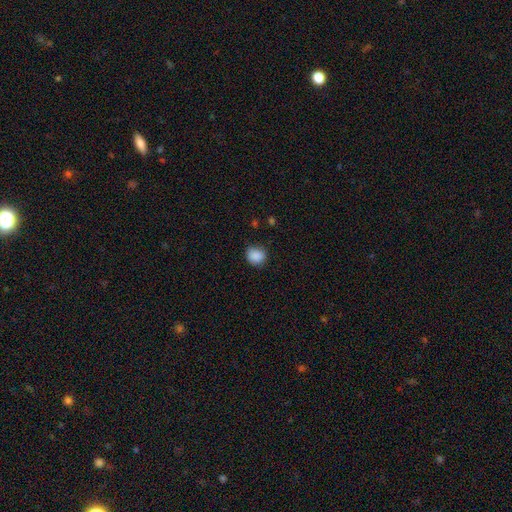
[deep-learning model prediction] The model was most divided on "how rounded": round: 76%, in between: 23%, cigar-shaped: 1%. More confident: smooth or featured — smooth (88%); merging — none (79%).